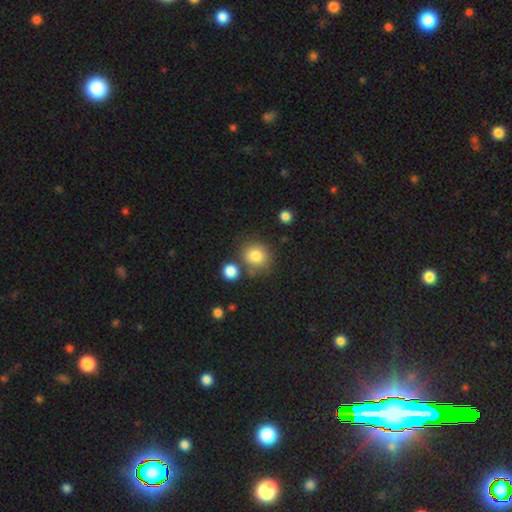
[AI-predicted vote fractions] The model was most divided on "how rounded": round: 79%, in between: 20%, cigar-shaped: 1%. More confident: smooth or featured — smooth (83%); merging — none (73%).